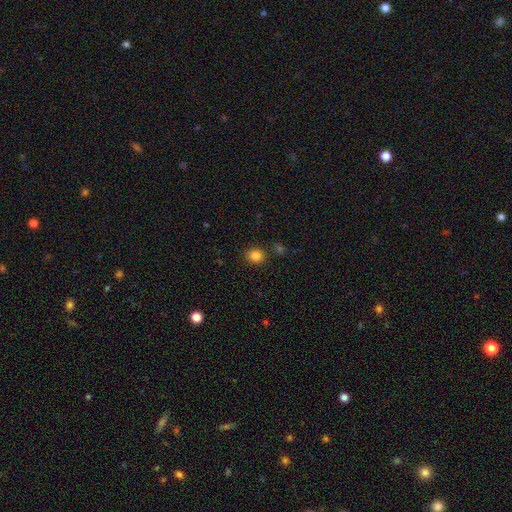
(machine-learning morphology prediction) Overall: smooth (83%). How rounded: round (79%). Merging: none (85%).